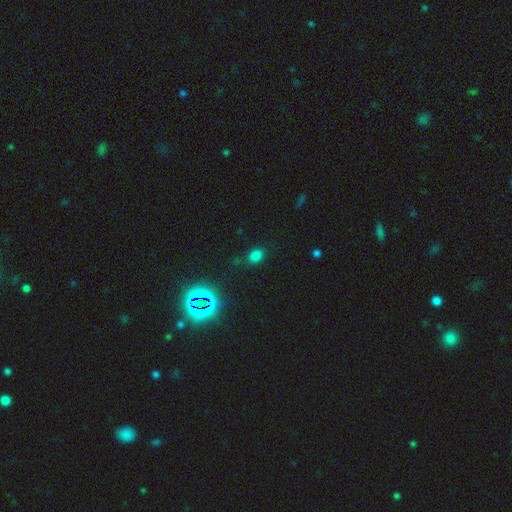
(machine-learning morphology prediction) A smooth galaxy with no disk features (68%) that is in between round and cigar-shaped (59%).

Vote fractions:
- Smooth or featured? smooth: 68% / star or artifact: 27% / featured or disk: 5%
- How rounded? in between: 59% / round: 39% / cigar-shaped: 2%
- Merging? none: 75% / minor disturbance: 16% / major disturbance: 6% / merger: 4%